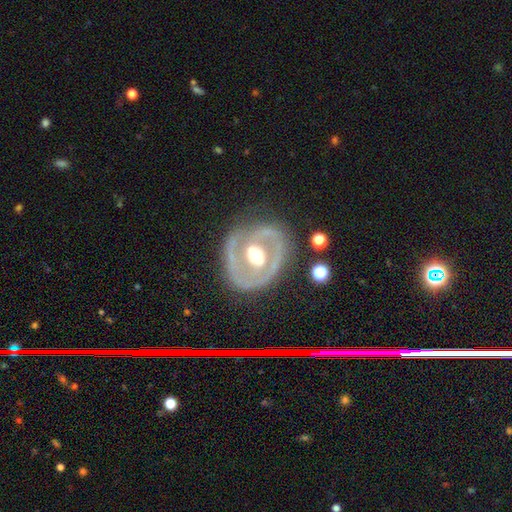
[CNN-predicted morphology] This is likely a featured or disk galaxy (75%). It is clearly not viewed edge-on (96%). Bar: possibly no (47%). Spiral arm pattern: likely no (60%). Central bulge: likely moderate (68%). Merging: likely none (68%).